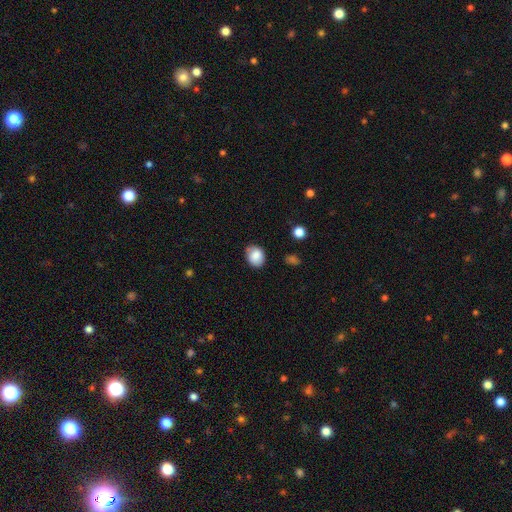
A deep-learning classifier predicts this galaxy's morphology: Smooth or featured? Predicted: smooth (p=0.84). How rounded? Predicted: round (p=0.51). Merging? Predicted: none (p=0.74).